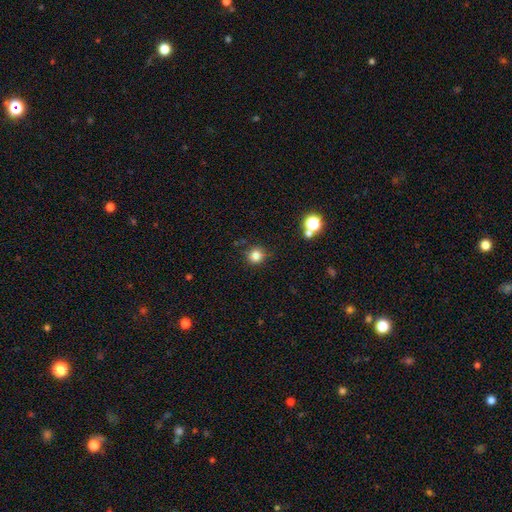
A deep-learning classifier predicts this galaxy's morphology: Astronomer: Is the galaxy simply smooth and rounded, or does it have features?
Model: smooth — 82%.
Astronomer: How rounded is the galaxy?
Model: round — 91%.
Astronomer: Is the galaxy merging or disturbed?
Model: none — 83%.